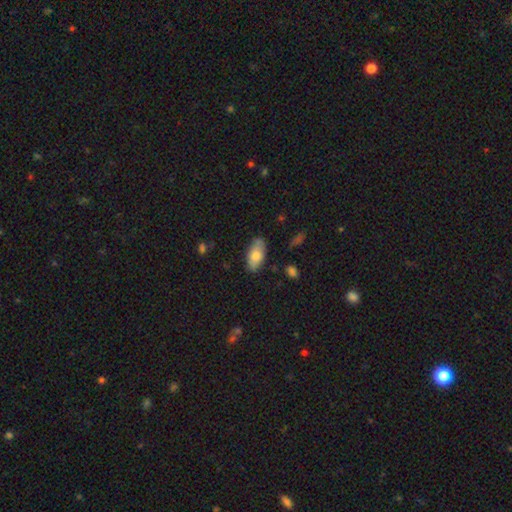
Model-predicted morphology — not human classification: The model was most divided on "smooth or featured": smooth: 75%, featured or disk: 19%, star or artifact: 6%. More confident: how rounded — in between (90%); merging — none (79%).